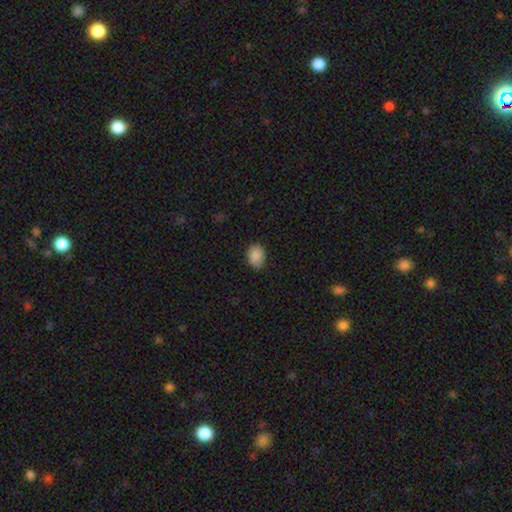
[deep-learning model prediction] A smooth galaxy with no disk features (88%) that is in between round and cigar-shaped (67%).

Vote fractions:
- Smooth or featured? smooth: 88% / star or artifact: 7% / featured or disk: 5%
- How rounded? in between: 67% / round: 32% / cigar-shaped: 1%
- Merging? none: 84% / minor disturbance: 13% / major disturbance: 2% / merger: 1%